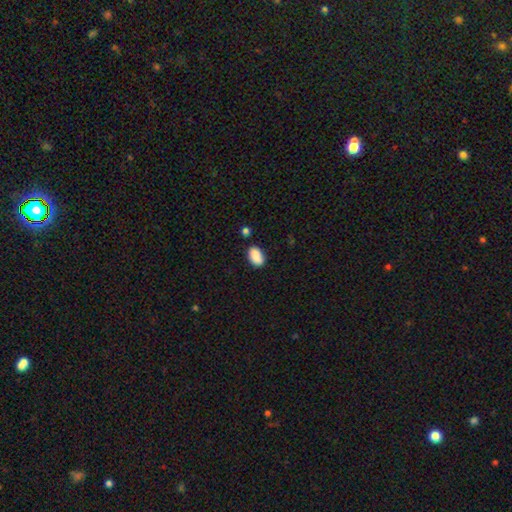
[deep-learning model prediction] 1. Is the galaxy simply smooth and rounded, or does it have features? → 87% smooth, 8% star or artifact, 6% featured or disk.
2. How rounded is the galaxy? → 91% in between, 7% round, 2% cigar-shaped.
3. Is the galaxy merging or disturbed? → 70% none, 18% minor disturbance, 8% merger, 4% major disturbance.